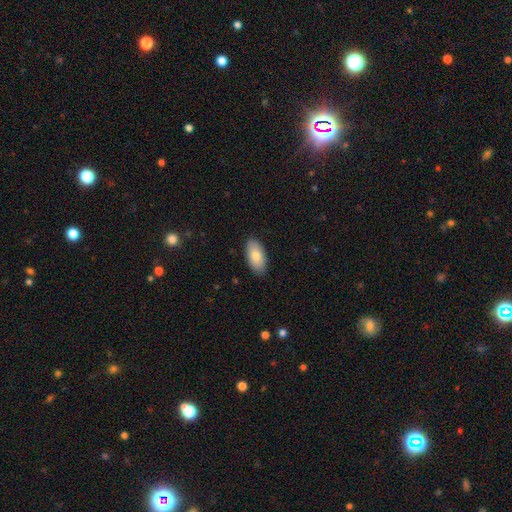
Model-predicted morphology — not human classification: smooth 80%, featured or disk 14%, star or artifact 6%. Down the decision tree: how rounded — in between (94%); merging — none (87%).